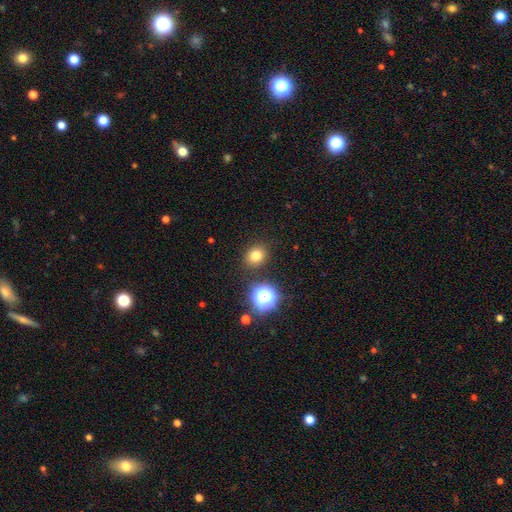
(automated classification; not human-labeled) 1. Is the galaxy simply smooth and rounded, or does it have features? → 76% smooth, 17% star or artifact, 7% featured or disk.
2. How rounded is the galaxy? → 72% round, 27% in between, 1% cigar-shaped.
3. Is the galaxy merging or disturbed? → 86% none, 8% minor disturbance, 3% merger, 3% major disturbance.